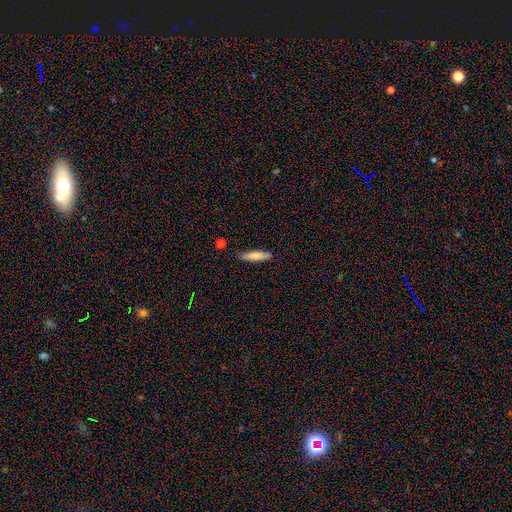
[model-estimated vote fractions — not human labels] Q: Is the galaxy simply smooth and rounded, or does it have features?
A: smooth — 75%.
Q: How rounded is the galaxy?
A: cigar-shaped — 75%.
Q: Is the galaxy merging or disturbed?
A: none — 80%.